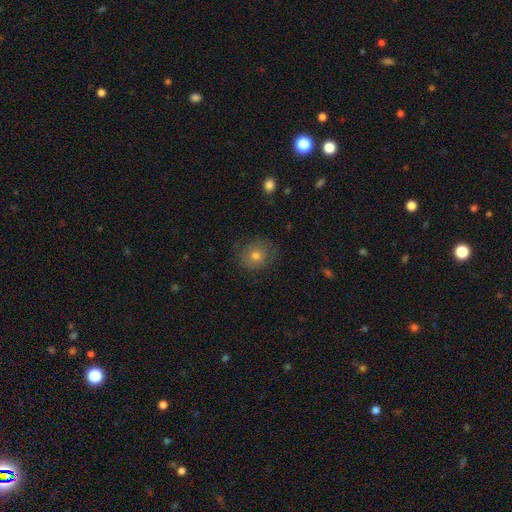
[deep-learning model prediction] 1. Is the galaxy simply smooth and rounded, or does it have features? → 64% smooth, 23% featured or disk, 13% star or artifact.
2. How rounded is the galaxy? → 79% round, 21% in between, 1% cigar-shaped.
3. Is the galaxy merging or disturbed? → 79% none, 15% minor disturbance, 5% major disturbance, 1% merger.